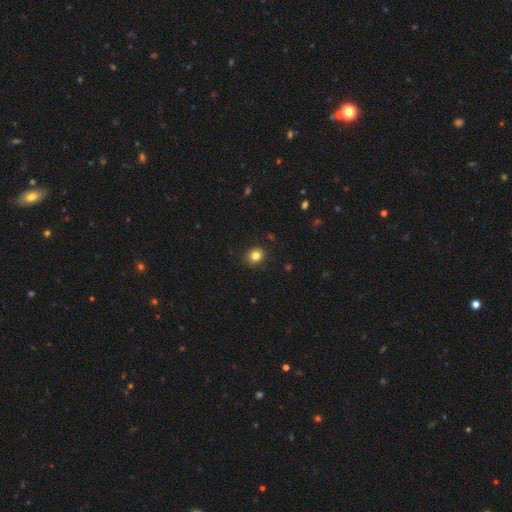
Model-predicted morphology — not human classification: Smooth or featured?
  - smooth: 83% *
  - star or artifact: 12%
  - featured or disk: 5%
How rounded?
  - round: 80% *
  - in between: 19%
  - cigar-shaped: 1%
Merging?
  - none: 89% *
  - minor disturbance: 8%
  - major disturbance: 2%
  - merger: 1%